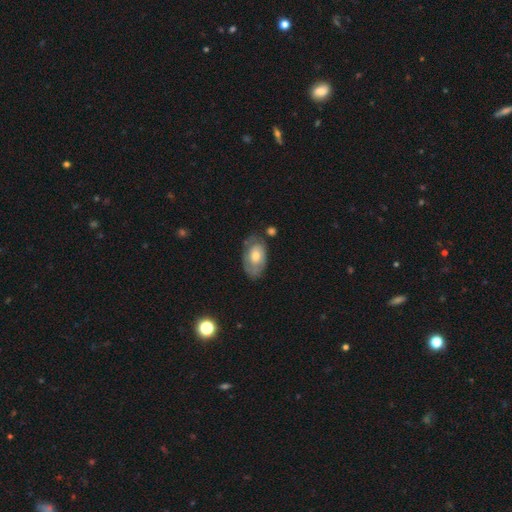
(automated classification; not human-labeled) This is possibly a smooth galaxy (51%). How rounded: clearly in between (90%). Merging: likely none (63%).